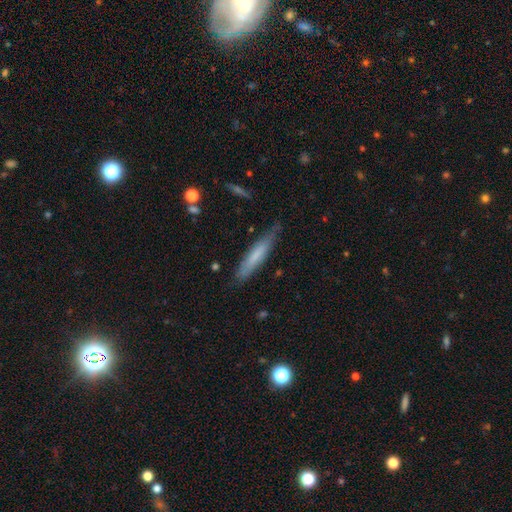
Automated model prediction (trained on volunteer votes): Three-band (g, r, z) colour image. It shows a smooth galaxy with no disk features (65%) that is cigar-shaped (88%). Merging: none (76%).